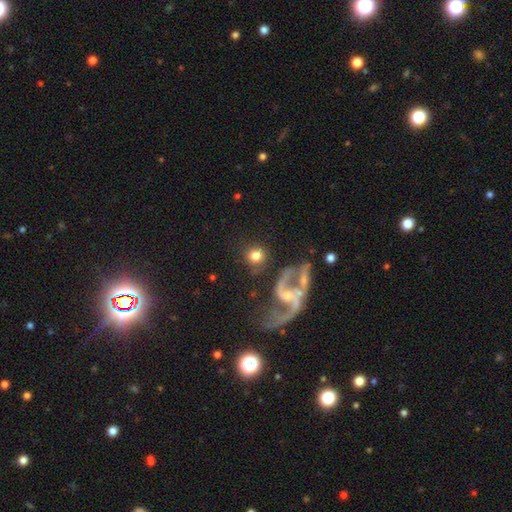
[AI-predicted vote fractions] A smooth galaxy with no disk features (71%) that is round (91%).

Vote fractions:
- Smooth or featured? smooth: 71% / featured or disk: 20% / star or artifact: 8%
- How rounded? round: 91% / in between: 8% / cigar-shaped: 1%
- Merging? none: 76% / minor disturbance: 10% / merger: 8% / major disturbance: 7%